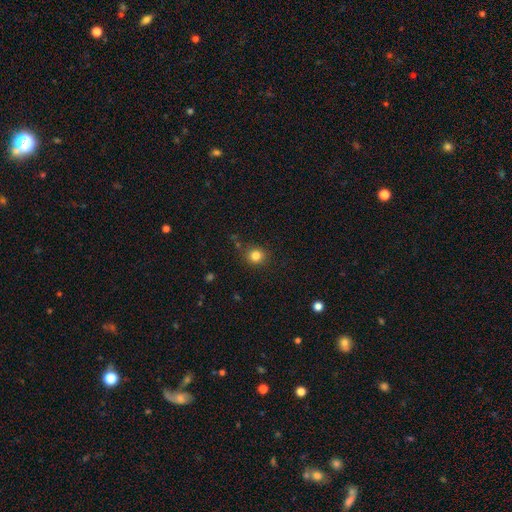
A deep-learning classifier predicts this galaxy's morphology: Smooth or featured? smooth (82%)
How rounded? round (88%)
Merging? none (85%)